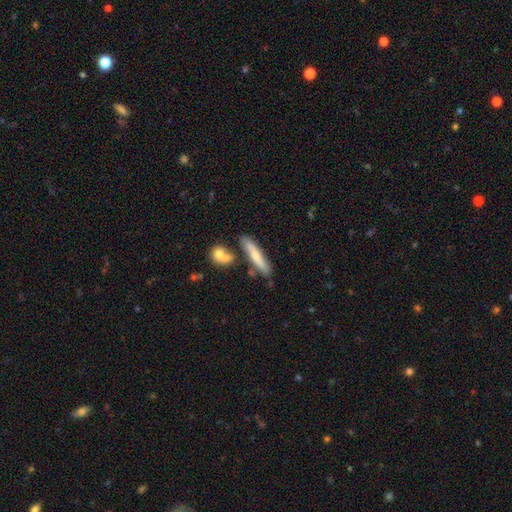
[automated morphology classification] This appears to be a smooth galaxy with no disk features (61%) that is cigar-shaped (85%). Merging: none (74%).